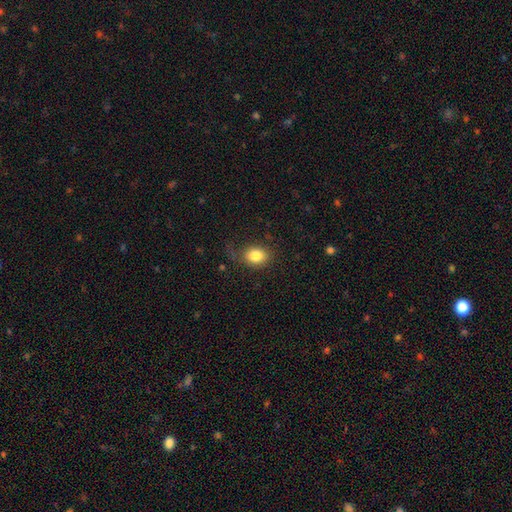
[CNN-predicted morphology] Smooth or featured?
  - smooth: 83% *
  - star or artifact: 9%
  - featured or disk: 8%
How rounded?
  - in between: 51% *
  - round: 48%
  - cigar-shaped: 1%
Merging?
  - none: 71% *
  - minor disturbance: 18%
  - major disturbance: 9%
  - merger: 2%